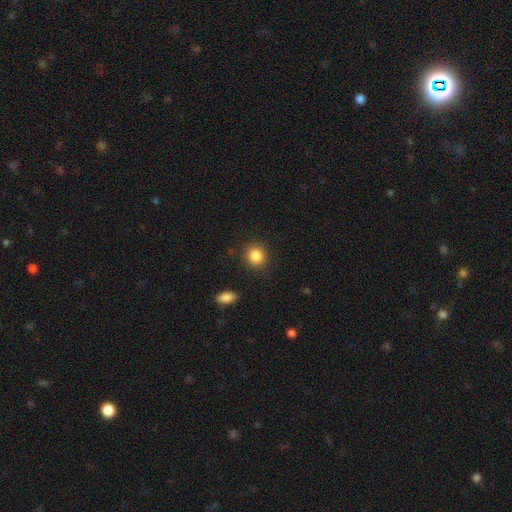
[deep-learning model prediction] Smooth or featured? Predicted: smooth (p=0.86). How rounded? Predicted: round (p=0.79). Merging? Predicted: none (p=0.87).